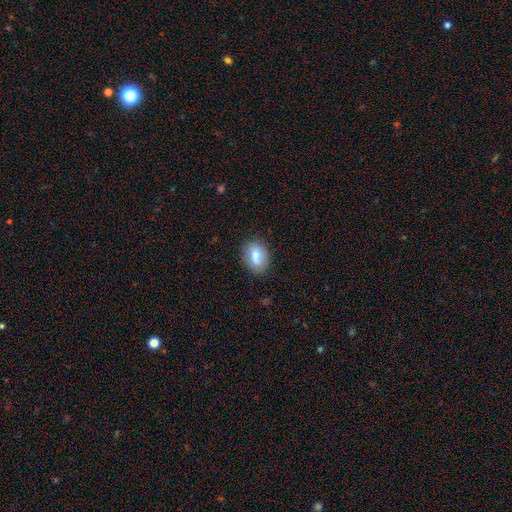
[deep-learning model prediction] Morphology: type=smooth (74%); roundness=in between (72%); merging=none (79%).